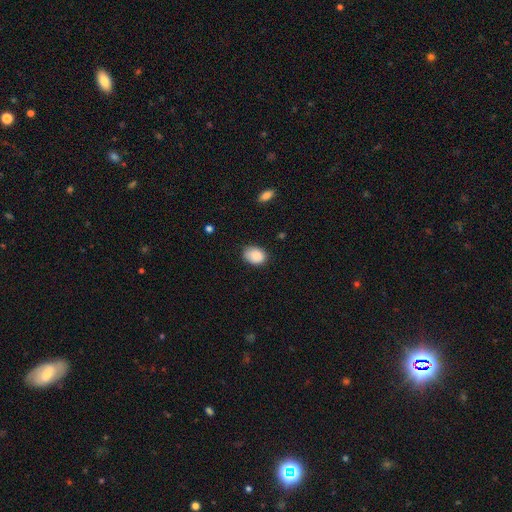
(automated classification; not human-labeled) Smooth or featured?
  - smooth: 88% *
  - star or artifact: 7%
  - featured or disk: 5%
How rounded?
  - in between: 72% *
  - round: 27%
  - cigar-shaped: 1%
Merging?
  - none: 74% *
  - minor disturbance: 21%
  - major disturbance: 4%
  - merger: 1%